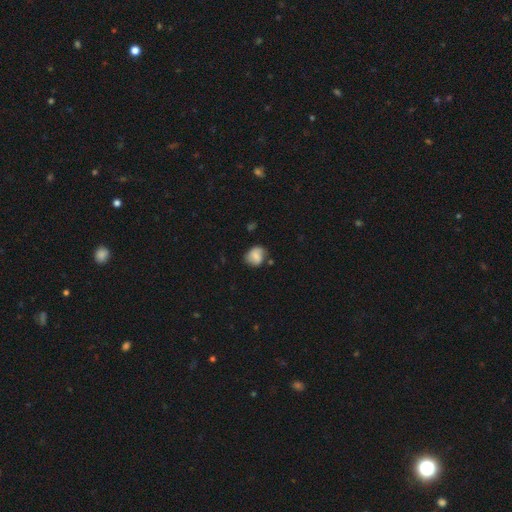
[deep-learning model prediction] A smooth galaxy with no disk features (73%) that is round (66%). Merging: none (66%).